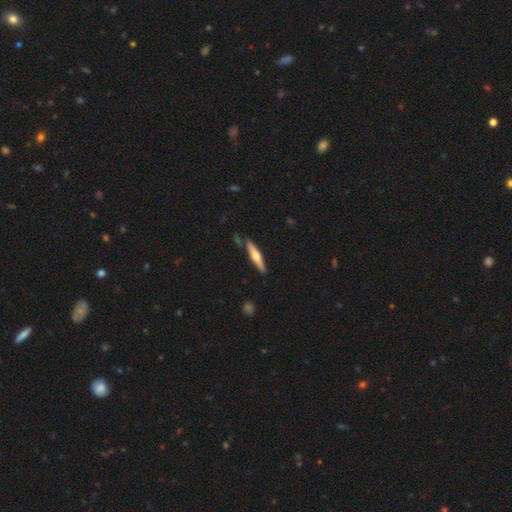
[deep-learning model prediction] Smooth or featured? featured or disk (53%)
Edge-on disk? yes (95%)
Edge-on bulge? rounded (89%)
Merging? none (82%)